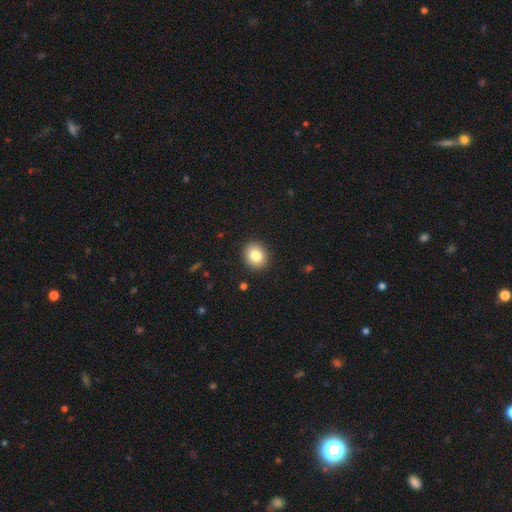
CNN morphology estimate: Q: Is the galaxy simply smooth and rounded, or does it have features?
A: smooth — 83%.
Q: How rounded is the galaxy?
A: round — 72%.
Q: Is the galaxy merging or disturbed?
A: none — 91%.